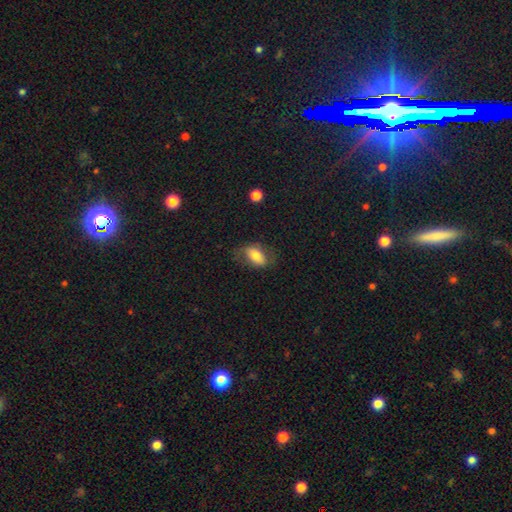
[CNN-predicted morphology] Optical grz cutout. It shows a smooth galaxy with no disk features (69%) that is in between round and cigar-shaped (88%). Merging: none (68%).